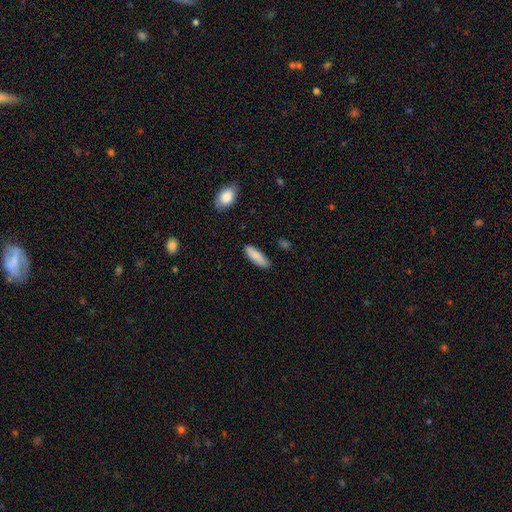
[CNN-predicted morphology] smooth-or-featured: smooth: 87% | featured or disk: 7% | star or artifact: 6%
  how-rounded: in between: 50% | cigar-shaped: 49% | round: 2%
  merging: none: 85% | minor disturbance: 11% | major disturbance: 2% | merger: 2%